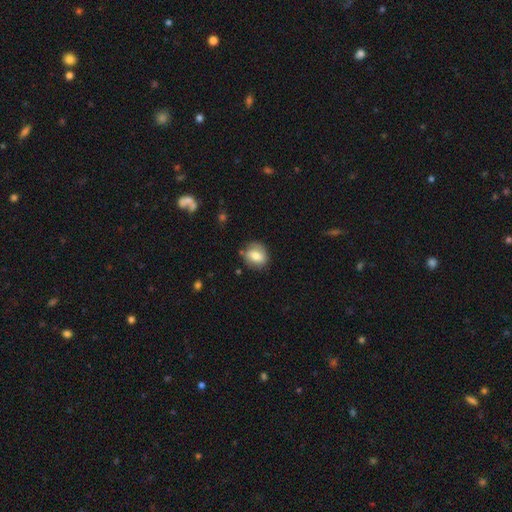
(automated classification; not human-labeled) Smooth or featured? Predicted: smooth (p=0.64). How rounded? Predicted: round (p=0.58). Merging? Predicted: none (p=0.72).